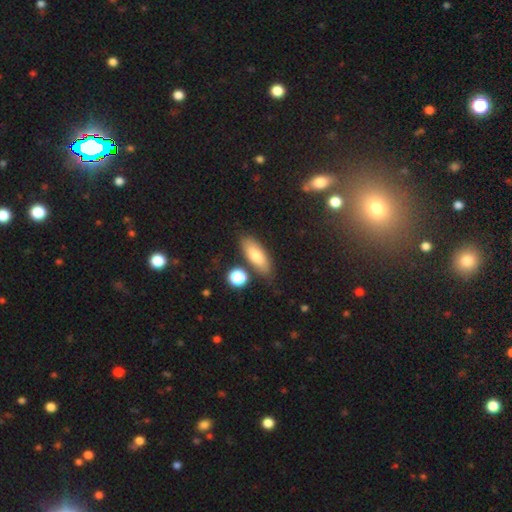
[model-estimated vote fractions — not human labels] Smooth or featured?
  - smooth: 74% *
  - featured or disk: 18%
  - star or artifact: 8%
How rounded?
  - in between: 68% *
  - cigar-shaped: 28%
  - round: 4%
Merging?
  - none: 76% *
  - minor disturbance: 14%
  - merger: 7%
  - major disturbance: 3%